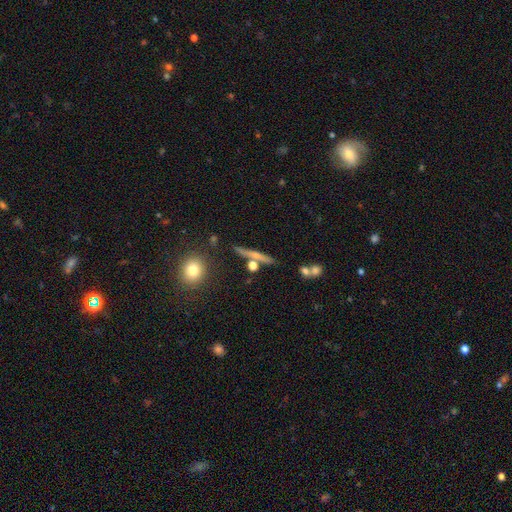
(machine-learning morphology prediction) featured or disk 45% (tied), smooth 45% (tied), star or artifact 10%. Down the decision tree: merging — none (77%).